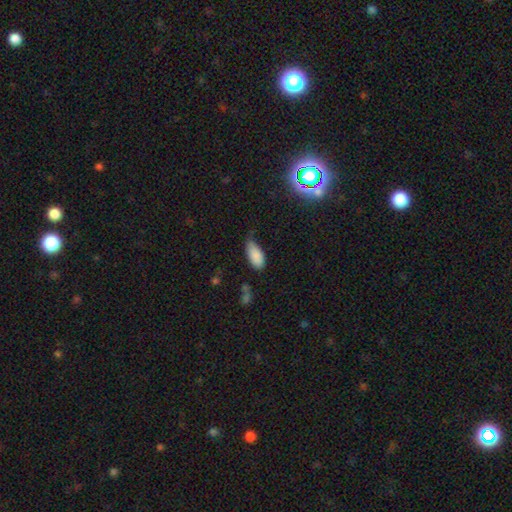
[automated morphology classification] Smooth or featured? Predicted: smooth (p=0.86). How rounded? Predicted: in between (p=0.92). Merging? Predicted: none (p=0.51).